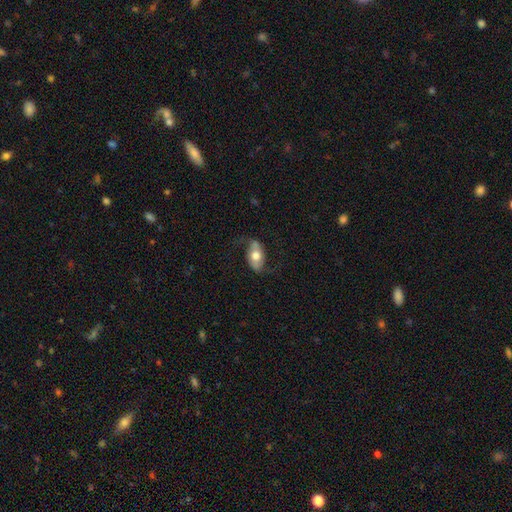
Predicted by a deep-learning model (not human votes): Overall: featured or disk (47%; smooth 46%). Merging: none (65%).